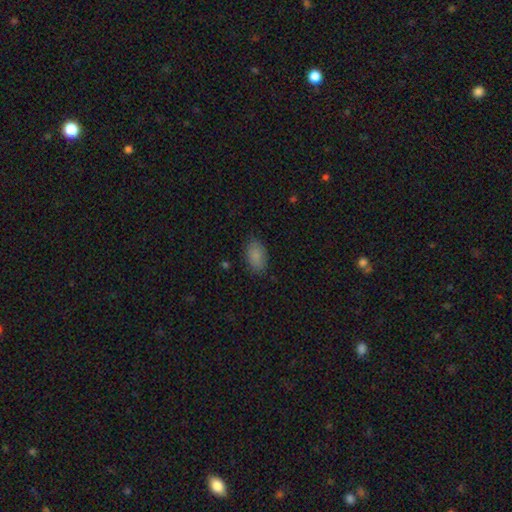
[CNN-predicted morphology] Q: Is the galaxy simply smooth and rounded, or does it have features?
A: smooth — 86%.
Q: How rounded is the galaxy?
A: in between — 92%.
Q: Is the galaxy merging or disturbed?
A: none — 83%.